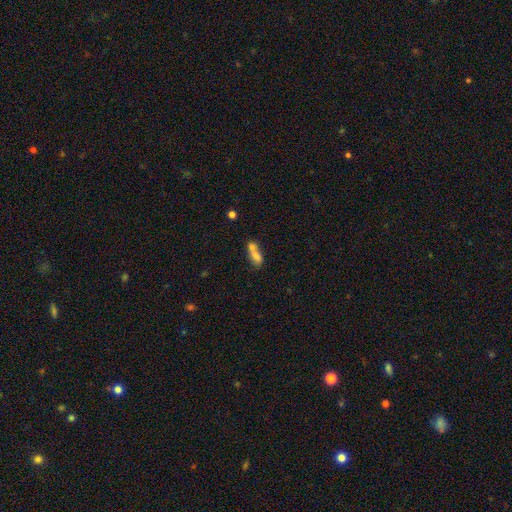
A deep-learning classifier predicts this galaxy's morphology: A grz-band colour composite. It shows a smooth galaxy with no disk features (70%) that is in between round and cigar-shaped (70%). Merging: merger (61%).